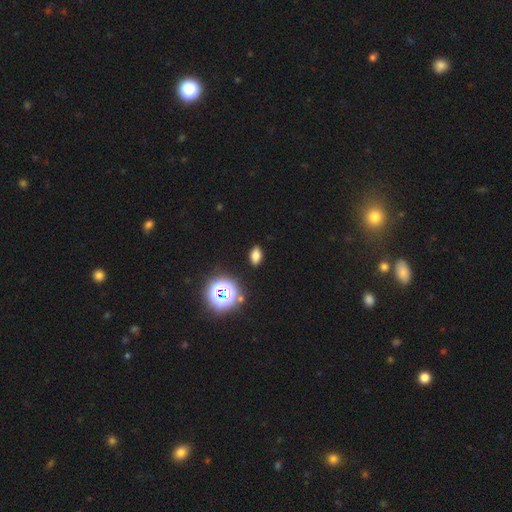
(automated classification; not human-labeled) Smooth or featured? Predicted: smooth (p=0.71). How rounded? Predicted: in between (p=0.85). Merging? Predicted: none (p=0.89).